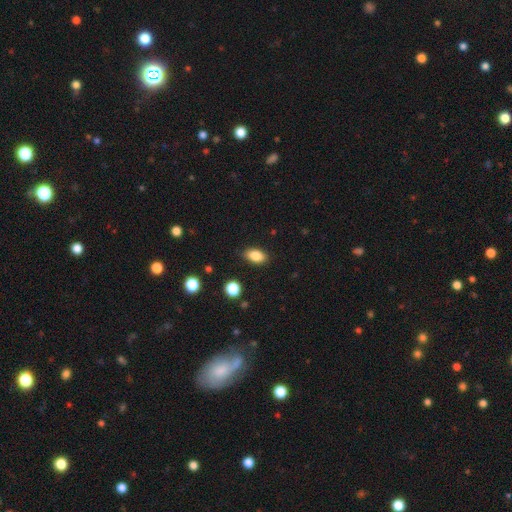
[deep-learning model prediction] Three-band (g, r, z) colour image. It shows a smooth galaxy with no disk features (86%) that is in between round and cigar-shaped (89%). Merging: none (86%).